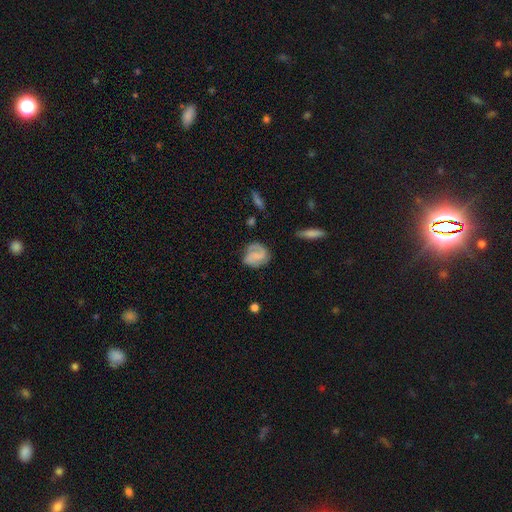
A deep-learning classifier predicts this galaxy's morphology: smooth-or-featured: featured or disk: 62% | smooth: 31% | star or artifact: 8%
  disk-edge-on: no: 97% | yes: 3%
    bar: no: 45% | weak: 37% | strong: 18%
    has-spiral-arms: yes: 90% | no: 10%
      spiral-winding: medium: 42% | tight: 34% | loose: 24%
      spiral-arm-count: 2: 70% | 1: 16% | can't tell: 9% | 3: 3% | 4: 1% | more than 4: 1%
    bulge-size: none: 63% | small: 21% | moderate: 11% | large: 4% | dominant: 2%
  merging: none: 67% | minor disturbance: 21% | major disturbance: 11% | merger: 2%